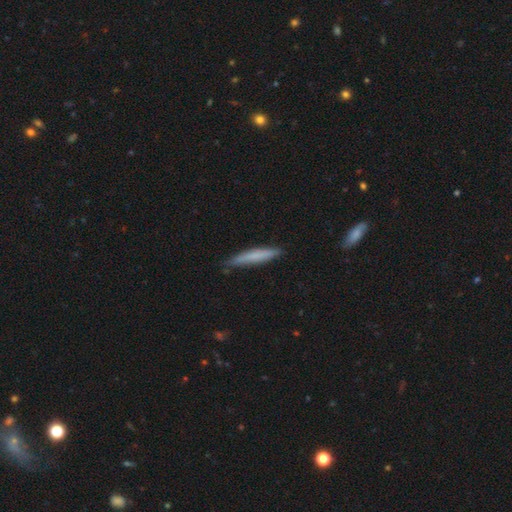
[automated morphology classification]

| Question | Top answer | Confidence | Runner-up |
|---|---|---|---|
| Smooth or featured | smooth | 72% | featured or disk (22%) |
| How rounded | cigar-shaped | 94% | in between (5%) |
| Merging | none | 80% | minor disturbance (16%) |